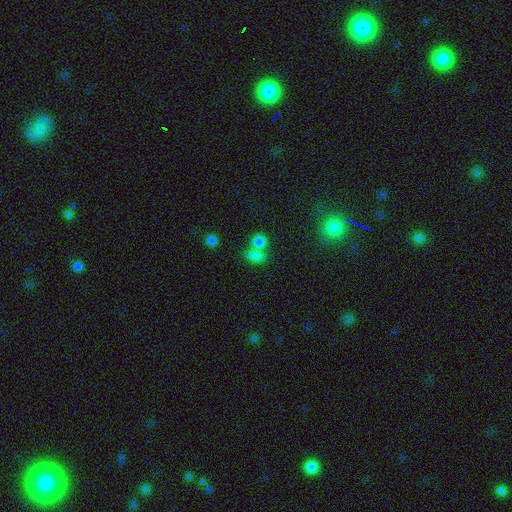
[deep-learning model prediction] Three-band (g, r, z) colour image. It shows a smooth galaxy with no disk features (78%) that is in between round and cigar-shaped (66%). Merging: none (45%).